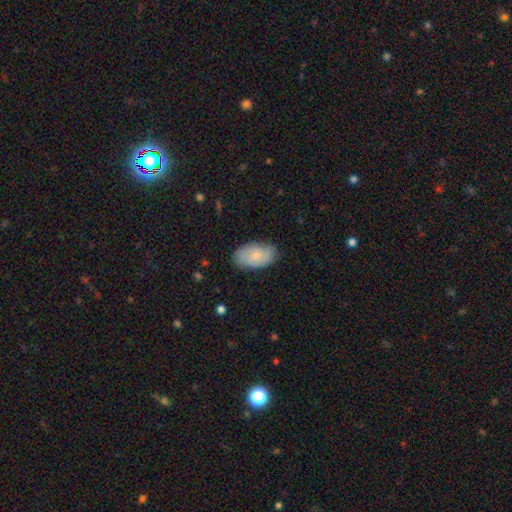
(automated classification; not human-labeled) Smooth or featured?
  - smooth: 63% *
  - featured or disk: 30%
  - star or artifact: 7%
How rounded?
  - in between: 93% *
  - round: 5%
  - cigar-shaped: 2%
Merging?
  - none: 78% *
  - minor disturbance: 17%
  - major disturbance: 3%
  - merger: 1%